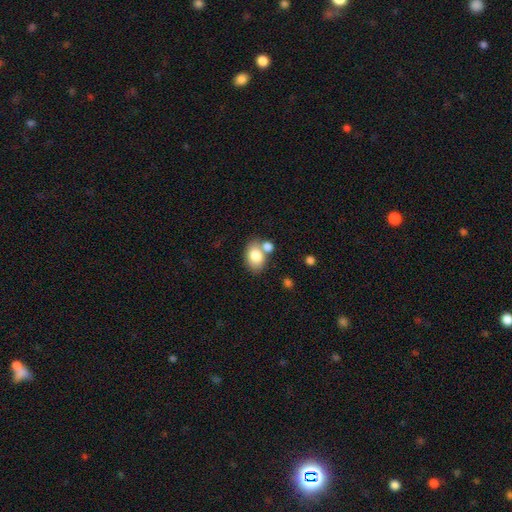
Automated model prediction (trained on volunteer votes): A smooth galaxy with no disk features (80%) that is in between round and cigar-shaped (73%).

Vote fractions:
- Smooth or featured? smooth: 80% / featured or disk: 12% / star or artifact: 8%
- How rounded? in between: 73% / round: 26% / cigar-shaped: 1%
- Merging? none: 55% / merger: 28% / minor disturbance: 13% / major disturbance: 4%